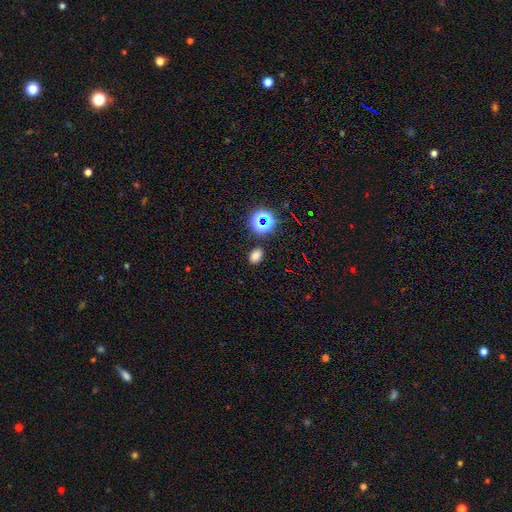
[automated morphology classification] Smooth or featured? Predicted: smooth (p=0.72). How rounded? Predicted: in between (p=0.69). Merging? Predicted: none (p=0.85).